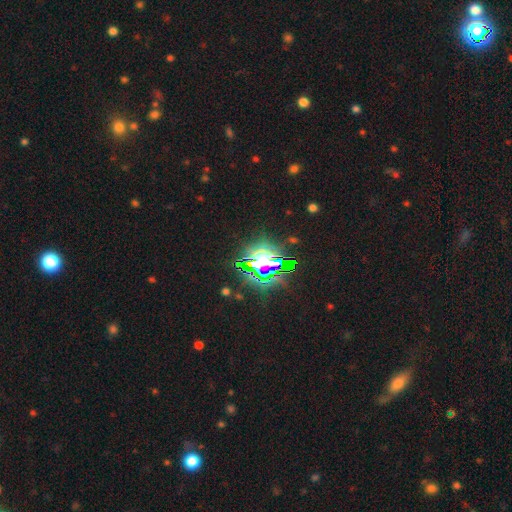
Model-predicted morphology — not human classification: A star or artifact, not a galaxy (79%).

Vote fractions:
- Smooth or featured? star or artifact: 79% / smooth: 12% / featured or disk: 9%